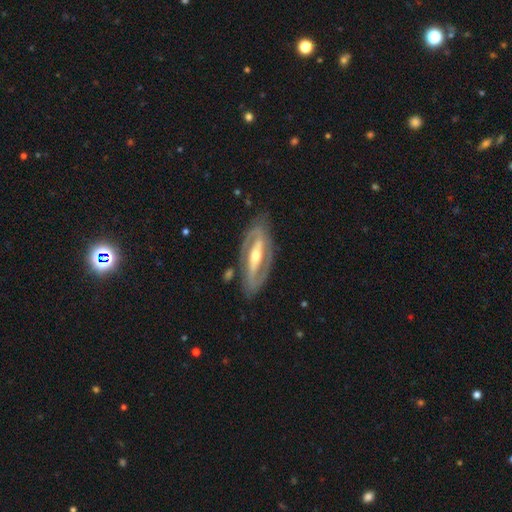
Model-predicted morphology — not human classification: type=featured or disk (87%); edge-on=no (89%); bar=strong (64%); spiral arms=yes (83%); winding=tight (46%); arm count=2 (88%); bulge=moderate (64%); merging=none (82%).